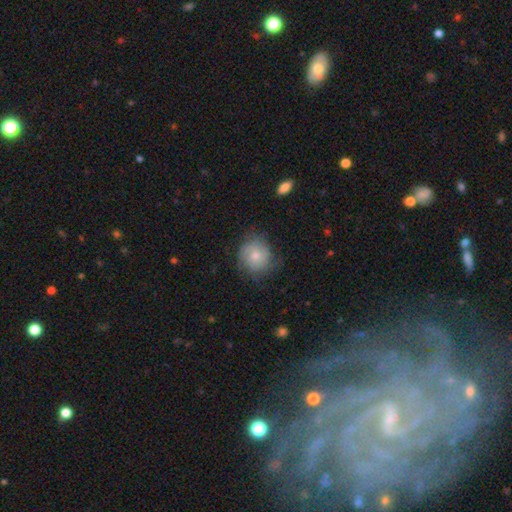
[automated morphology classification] The model was most divided on "smooth or featured": smooth: 60%, featured or disk: 32%, star or artifact: 8%. More confident: how rounded — round (84%); merging — none (69%).